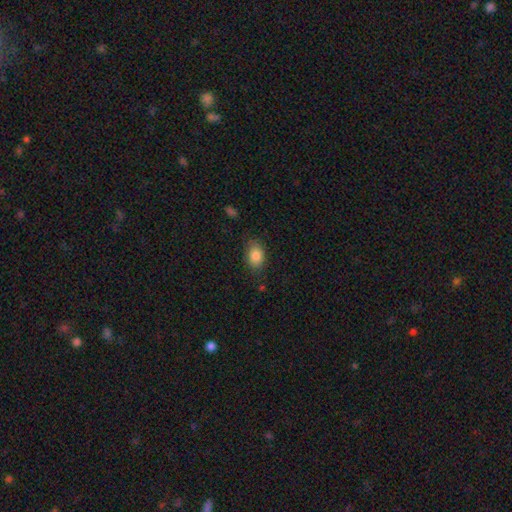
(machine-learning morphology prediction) Overall: smooth (85%). How rounded: in between (80%). Merging: none (80%).